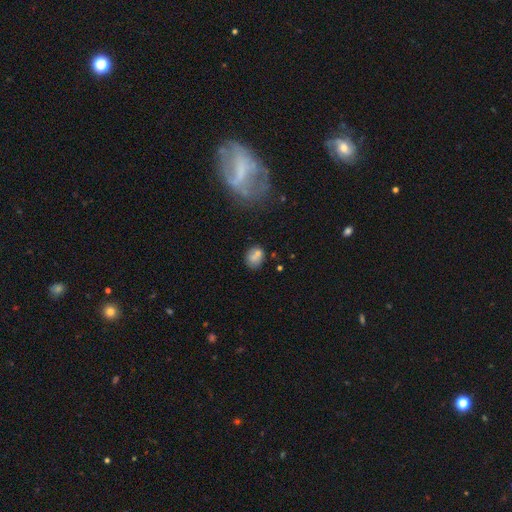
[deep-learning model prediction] Smooth or featured? smooth (70%)
How rounded? round (53%)
Merging? none (60%)